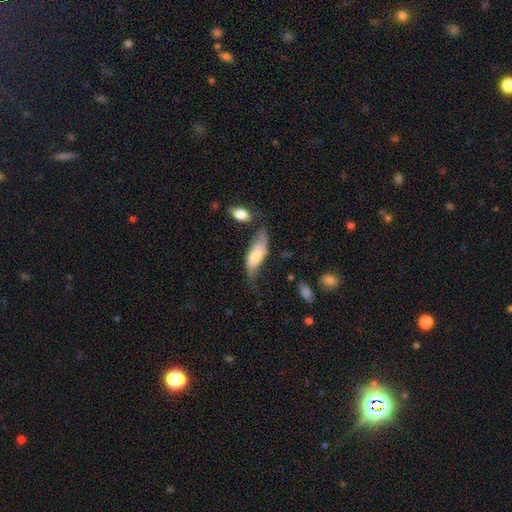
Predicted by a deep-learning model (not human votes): smooth 59%, featured or disk 34%, star or artifact 6%. Down the decision tree: how rounded — in between (70%); merging — none (39%).